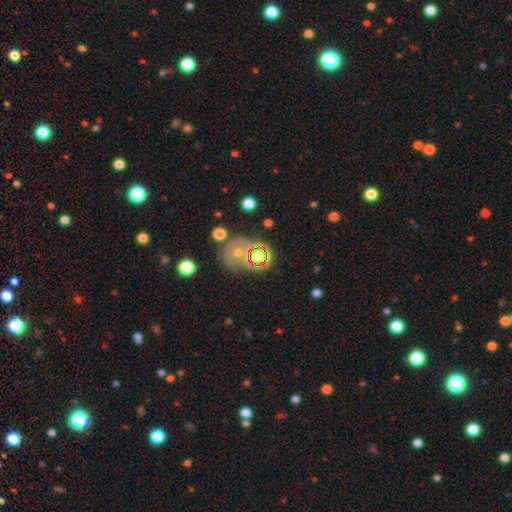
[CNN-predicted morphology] A smooth galaxy with no disk features (43%). Merging: none (62%).